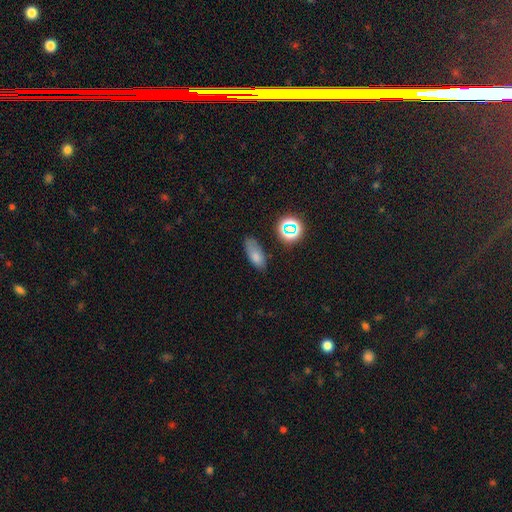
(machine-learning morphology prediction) smooth_or_featured: smooth (p=0.75) [alt: star or artifact p=0.14]
how_rounded: in between (p=0.79) [alt: cigar-shaped p=0.15]
merging: none (p=0.69) [alt: minor disturbance p=0.22]